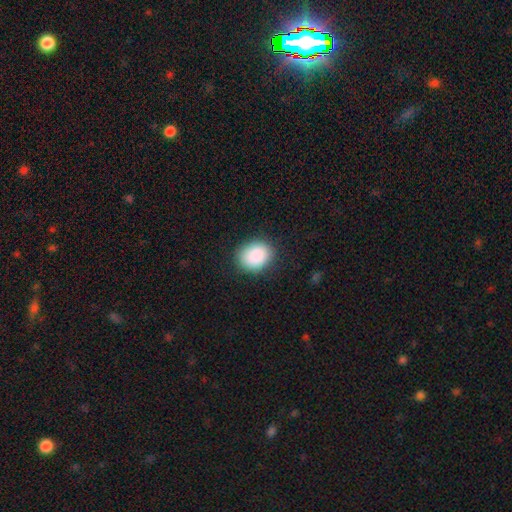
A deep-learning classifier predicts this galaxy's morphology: This is clearly a smooth galaxy (89%). How rounded: possibly in between (50%). Merging: clearly none (87%).